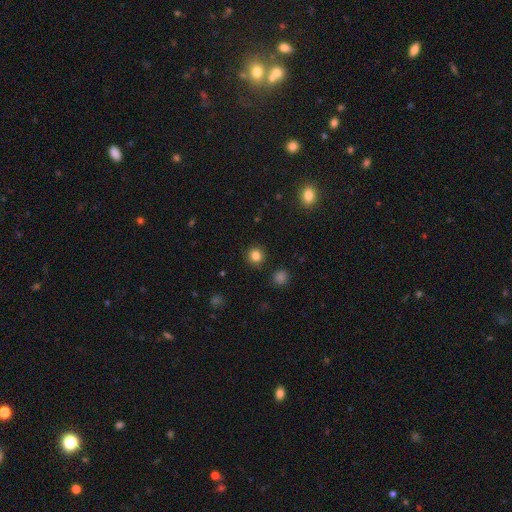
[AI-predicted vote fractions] Smooth or featured? Predicted: smooth (p=0.83). How rounded? Predicted: round (p=0.91). Merging? Predicted: none (p=0.90).